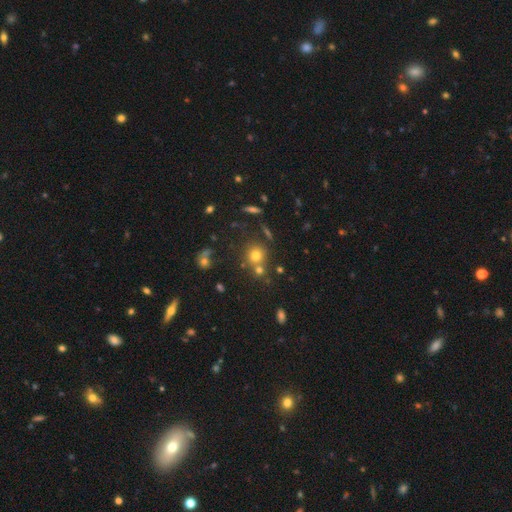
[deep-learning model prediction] smooth 69%, star or artifact 19%, featured or disk 12%. Down the decision tree: how rounded — round (87%); merging — none (66%).